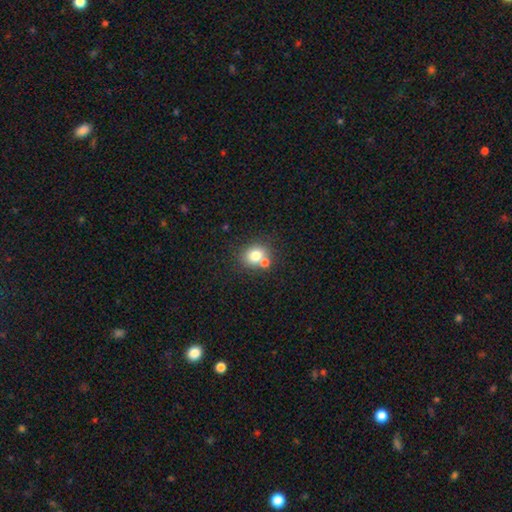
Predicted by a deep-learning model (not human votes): This appears to be a smooth galaxy with no disk features (77%) that is round (66%). Merging: none (58%).